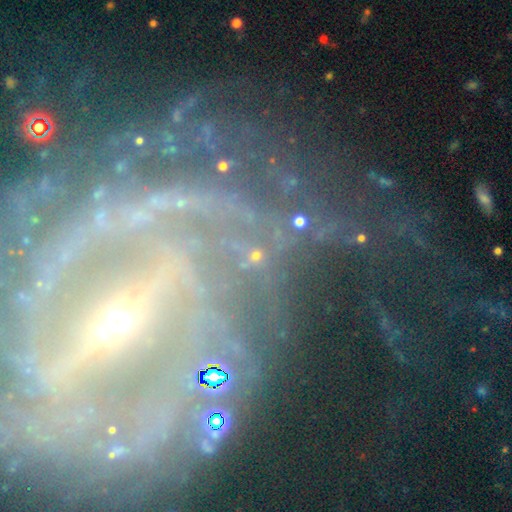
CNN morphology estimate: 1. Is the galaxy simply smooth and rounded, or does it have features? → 59% star or artifact, 23% smooth, 18% featured or disk.